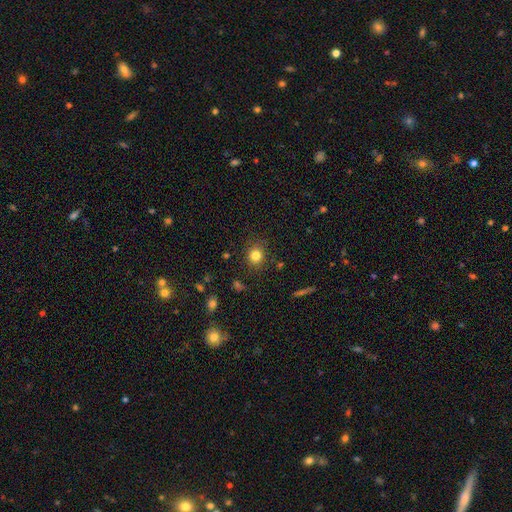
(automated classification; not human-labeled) smooth-or-featured: smooth: 81% | star or artifact: 12% | featured or disk: 7%
  how-rounded: round: 79% | in between: 20% | cigar-shaped: 1%
  merging: none: 84% | minor disturbance: 11% | major disturbance: 3% | merger: 2%